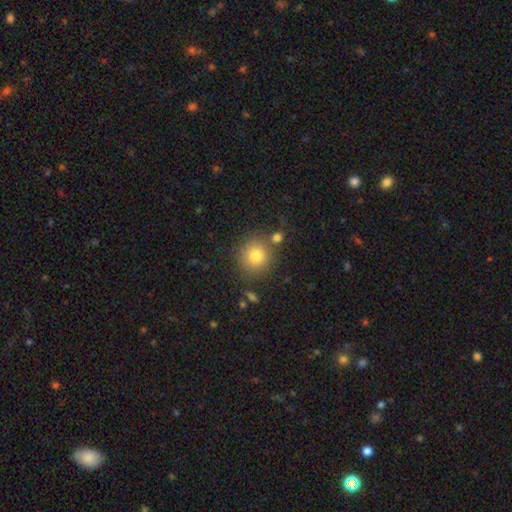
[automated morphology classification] Smooth or featured? Predicted: smooth (p=0.81). How rounded? Predicted: round (p=0.91). Merging? Predicted: none (p=0.79).